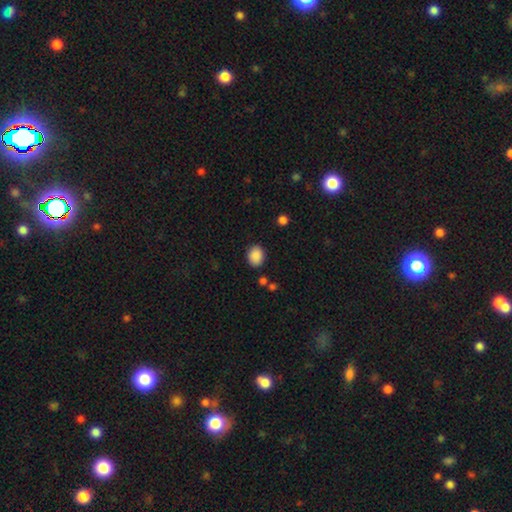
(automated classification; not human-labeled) This appears to be a smooth galaxy with no disk features (89%) that is round (50%, tied with in between). Merging: none (85%).